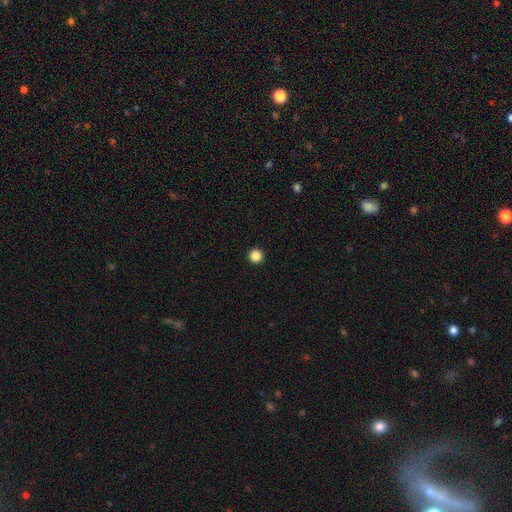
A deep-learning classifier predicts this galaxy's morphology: Smooth or featured: smooth — 86% (star or artifact — 11%)
How rounded: round — 97% (in between — 2%)
Merging: none — 94% (minor disturbance — 3%)